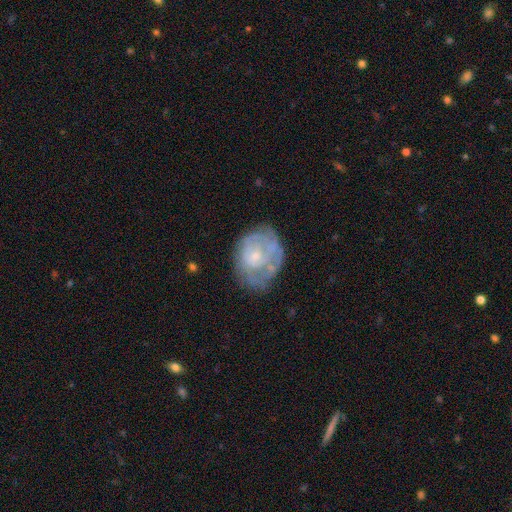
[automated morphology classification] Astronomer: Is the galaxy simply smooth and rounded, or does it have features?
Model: featured or disk — 62%.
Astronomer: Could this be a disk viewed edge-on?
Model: no — 97%.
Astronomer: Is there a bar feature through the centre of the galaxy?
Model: no — 77%.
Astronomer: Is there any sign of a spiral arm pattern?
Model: yes — 55% (runner-up: no, 45%).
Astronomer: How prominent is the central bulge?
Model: small — 62%.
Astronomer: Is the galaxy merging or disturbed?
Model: none — 55%.